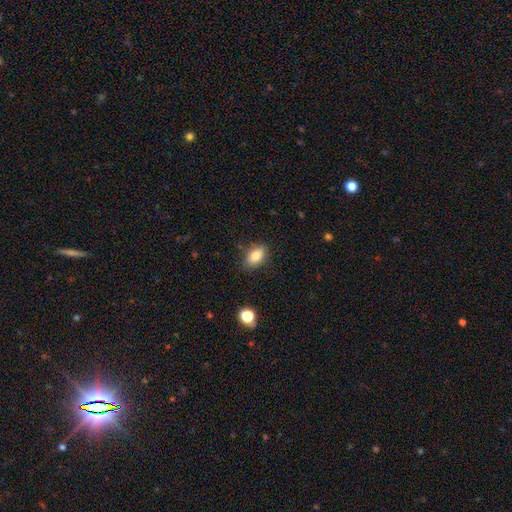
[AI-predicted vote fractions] The model was most divided on "merging": none: 81%, minor disturbance: 14%, major disturbance: 3%, merger: 2%. More confident: how rounded — in between (86%); smooth or featured — smooth (82%).